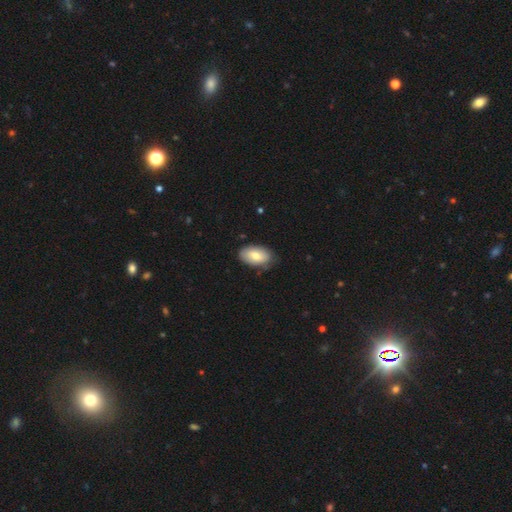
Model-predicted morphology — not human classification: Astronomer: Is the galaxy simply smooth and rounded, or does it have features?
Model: smooth — 74%.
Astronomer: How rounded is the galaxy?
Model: in between — 94%.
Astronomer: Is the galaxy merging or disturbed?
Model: none — 77%.